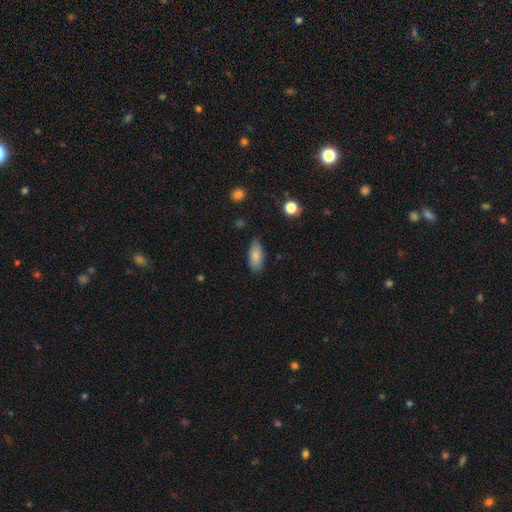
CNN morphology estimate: Smooth or featured? Predicted: smooth (p=0.84). How rounded? Predicted: in between (p=0.87). Merging? Predicted: none (p=0.81).